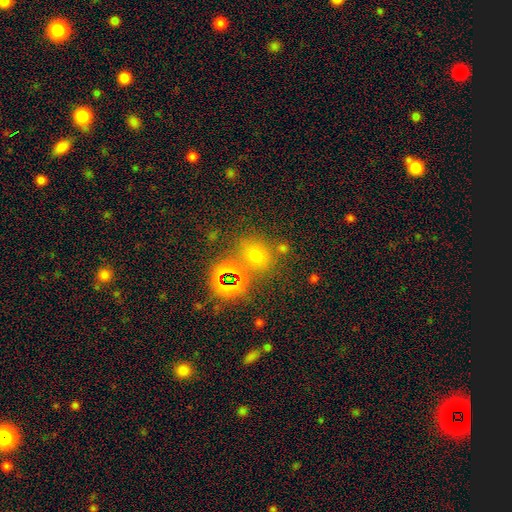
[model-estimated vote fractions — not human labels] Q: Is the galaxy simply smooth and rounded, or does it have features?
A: smooth — 60%.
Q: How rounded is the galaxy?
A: round — 71%.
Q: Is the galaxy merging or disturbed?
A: none — 71%.